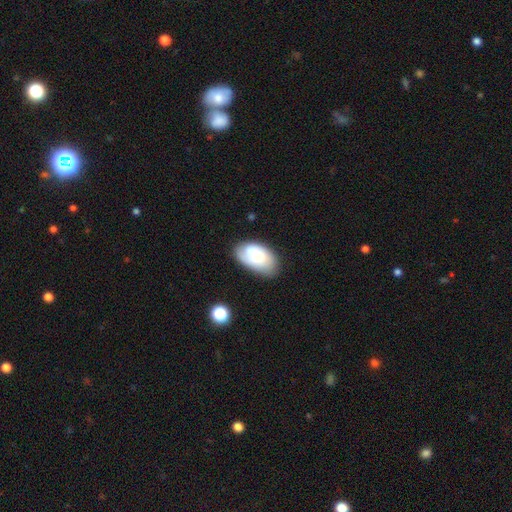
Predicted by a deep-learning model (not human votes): Smooth or featured?
  - smooth: 65% *
  - featured or disk: 28%
  - star or artifact: 7%
How rounded?
  - in between: 93% *
  - round: 6%
  - cigar-shaped: 1%
Merging?
  - none: 59% *
  - minor disturbance: 24%
  - merger: 8%
  - major disturbance: 8%